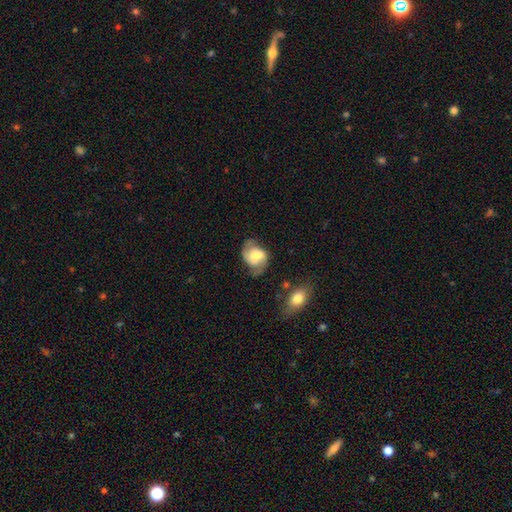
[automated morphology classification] The model was most divided on "bar": no: 44%, weak: 43%, strong: 13%. Remaining: edge-on disk — no (97%); spiral arms — yes (90%); spiral arm count — 2 (81%); smooth or featured — featured or disk (63%); merging — none (55%); spiral winding — medium (47%); bulge size — moderate (38%).